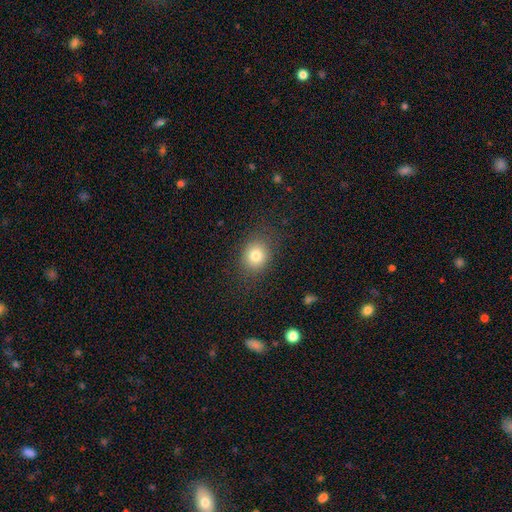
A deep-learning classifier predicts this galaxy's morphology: Smooth or featured? smooth (80%)
How rounded? round (68%)
Merging? none (83%)